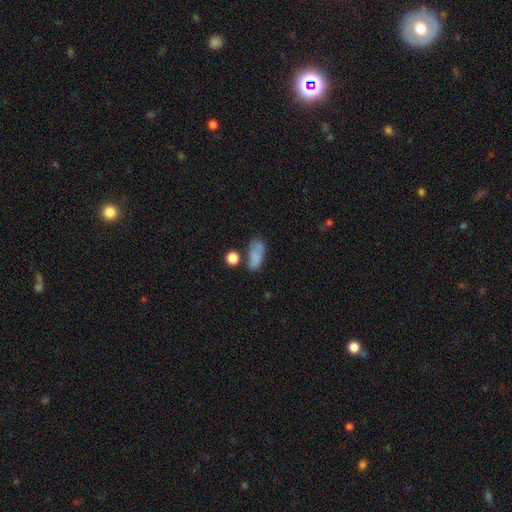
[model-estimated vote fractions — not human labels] This is likely a smooth galaxy (71%). How rounded: clearly in between (82%). Merging: marginally none (41%).